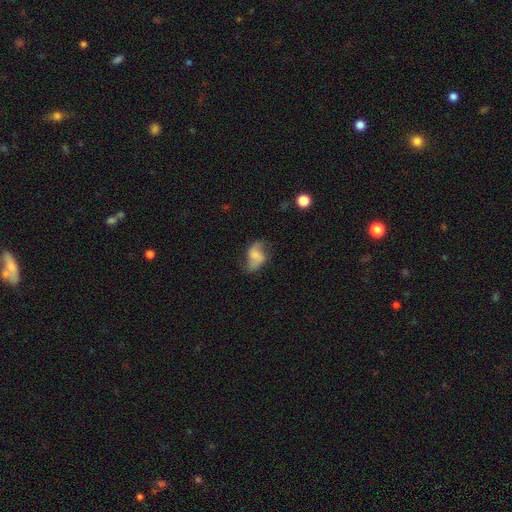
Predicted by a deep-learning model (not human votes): Smooth or featured: featured or disk — 58% (smooth — 32%)
Edge-on disk: no — 97% (yes — 3%)
Bar: no — 43% (weak — 40%)
Spiral arms: yes — 86% (no — 14%)
Bulge size: none — 53% (small — 20%)
Merging: none — 58% (minor disturbance — 24%)